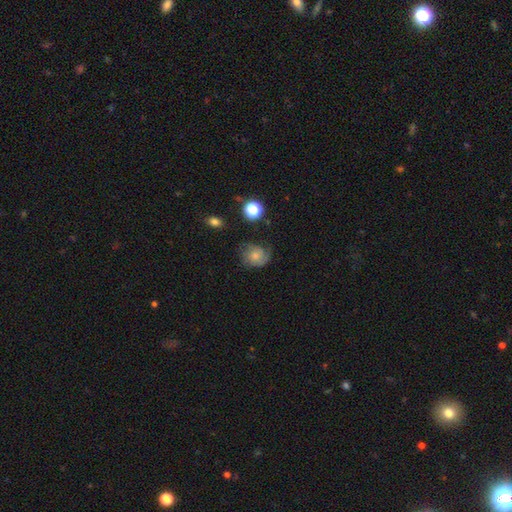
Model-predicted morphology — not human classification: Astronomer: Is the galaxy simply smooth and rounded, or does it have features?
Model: featured or disk — 52% (runner-up: smooth, 37%).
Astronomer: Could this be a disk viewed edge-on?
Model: no — 97%.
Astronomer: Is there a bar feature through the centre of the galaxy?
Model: no — 78%.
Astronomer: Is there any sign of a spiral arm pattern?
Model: yes — 87%.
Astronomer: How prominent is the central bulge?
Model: small — 43% (runner-up: moderate, 41%).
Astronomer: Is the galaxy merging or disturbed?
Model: none — 58%.